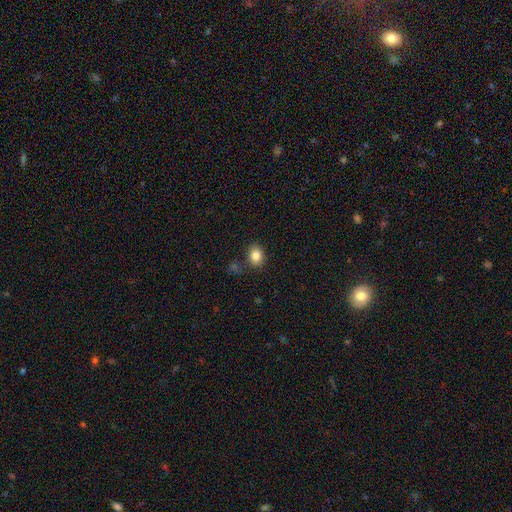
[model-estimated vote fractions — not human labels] Smooth or featured? smooth (84%)
How rounded? in between (56%)
Merging? none (80%)